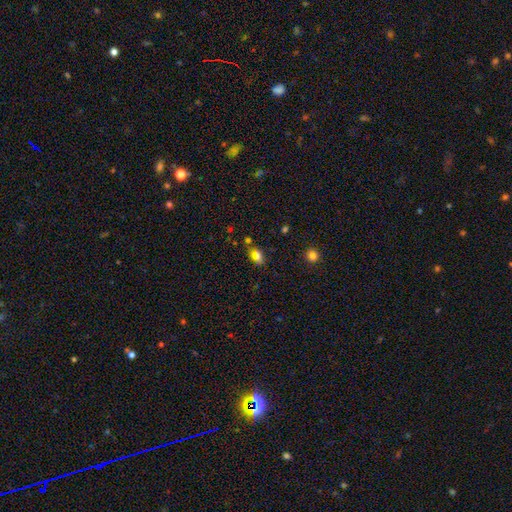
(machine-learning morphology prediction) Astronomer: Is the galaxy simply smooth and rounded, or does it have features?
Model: smooth — 74%.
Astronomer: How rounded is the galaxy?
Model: in between — 75%.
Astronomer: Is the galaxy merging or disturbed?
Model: none — 68%.